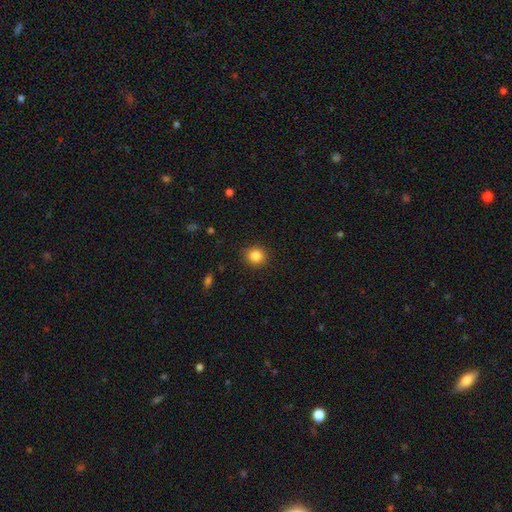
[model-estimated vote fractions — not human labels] This appears to be a smooth galaxy with no disk features (85%) that is round (87%). Merging: none (90%).